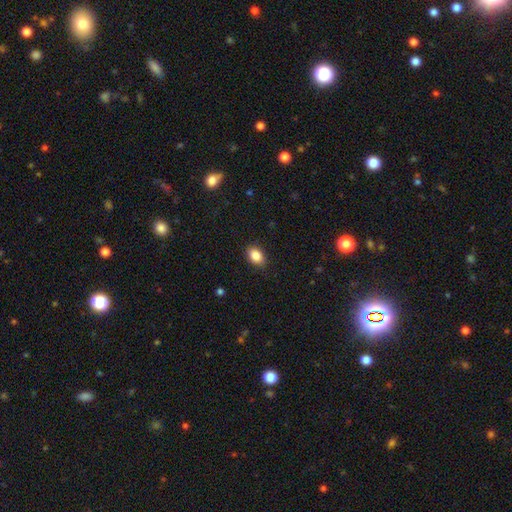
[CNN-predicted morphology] type=smooth (86%); roundness=in between (83%); merging=none (88%).